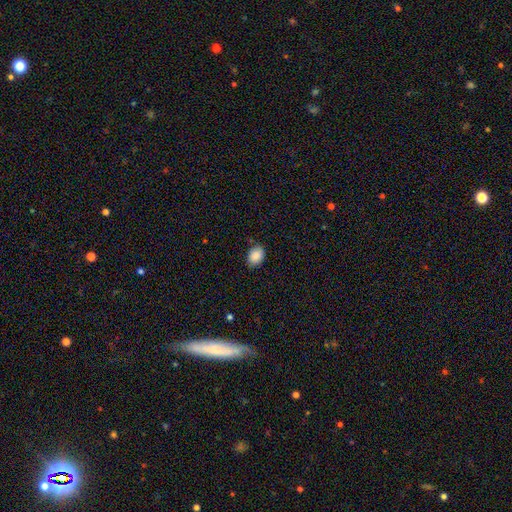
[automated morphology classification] Smooth or featured: smooth — 89% (star or artifact — 8%)
How rounded: in between — 76% (round — 23%)
Merging: none — 83% (minor disturbance — 13%)